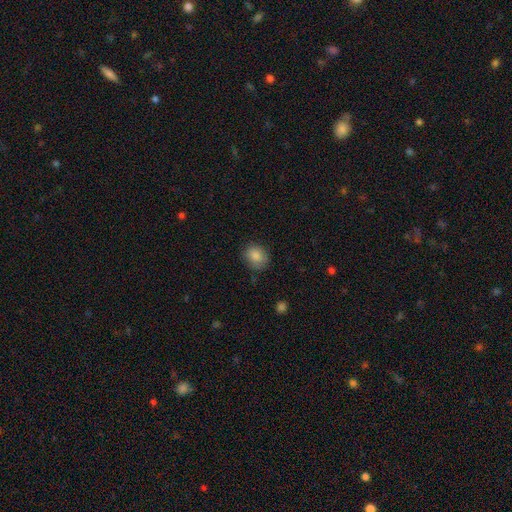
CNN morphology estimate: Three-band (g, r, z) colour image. It shows a smooth galaxy with no disk features (85%) that is round (55%). Merging: none (77%).